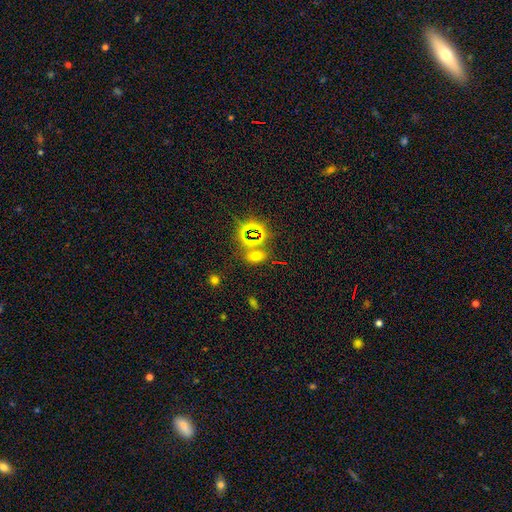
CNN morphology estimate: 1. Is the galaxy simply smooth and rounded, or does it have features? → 50% smooth, 39% star or artifact, 11% featured or disk.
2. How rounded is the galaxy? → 80% in between, 15% round, 5% cigar-shaped.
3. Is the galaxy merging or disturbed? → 74% none, 11% merger, 10% minor disturbance, 5% major disturbance.